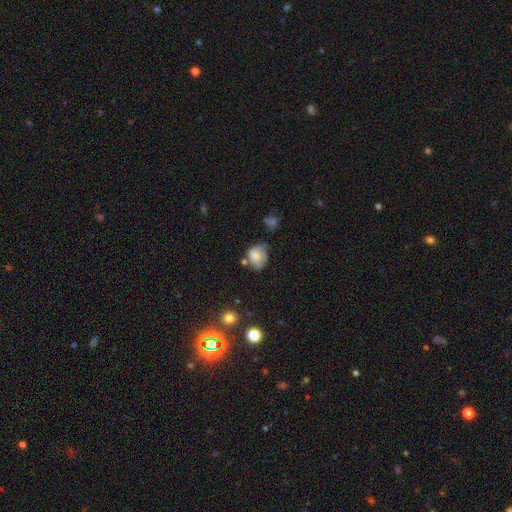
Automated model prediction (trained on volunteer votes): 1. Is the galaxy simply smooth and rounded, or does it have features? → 72% smooth, 19% featured or disk, 9% star or artifact.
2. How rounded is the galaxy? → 54% round, 45% in between, 1% cigar-shaped.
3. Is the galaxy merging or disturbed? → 39% none, 37% minor disturbance, 15% major disturbance, 9% merger.